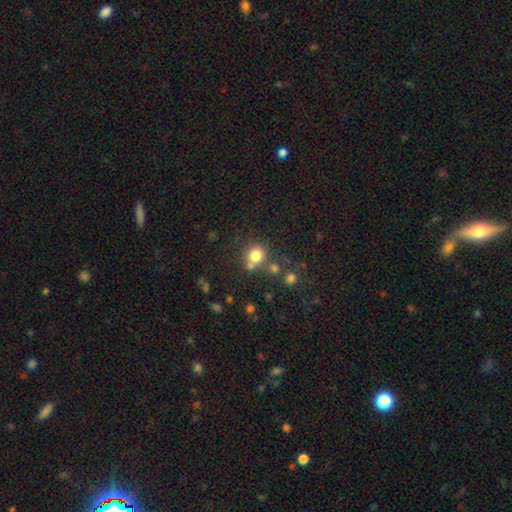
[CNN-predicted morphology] Smooth or featured? smooth (79%)
How rounded? round (85%)
Merging? none (64%)